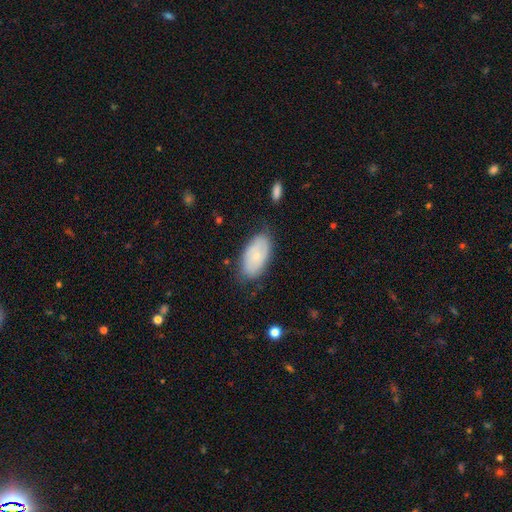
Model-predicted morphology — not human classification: smooth_or_featured: smooth (p=0.59) [alt: featured or disk p=0.34]
how_rounded: in between (p=0.94) [alt: round p=0.04]
merging: none (p=0.72) [alt: minor disturbance p=0.21]